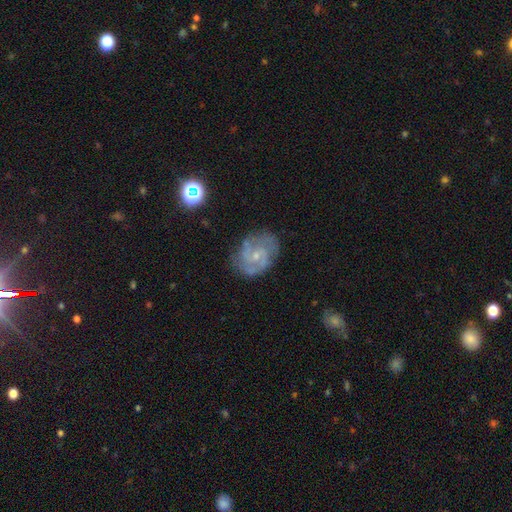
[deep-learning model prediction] A featured or disk galaxy (83%) with no bar (55%), 2 (61%) medium (49%) spiral arms (95%) and a small central bulge (72%).

Vote fractions:
- Smooth or featured? featured or disk: 83% / smooth: 10% / star or artifact: 7%
- Edge-on disk? no: 98% / yes: 2%
- Bar? no: 55% / weak: 39% / strong: 6%
- Spiral arms? yes: 95% / no: 5%
- Spiral winding? medium: 49% / tight: 37% / loose: 13%
- Spiral arm count? 2: 61% / can't tell: 15% / 3: 15% / 4: 3% / 1: 3% / more than 4: 3%
- Bulge size? small: 72% / moderate: 23% / none: 4% / large: 1% / dominant: 1%
- Merging? none: 72% / minor disturbance: 19% / major disturbance: 7% / merger: 2%